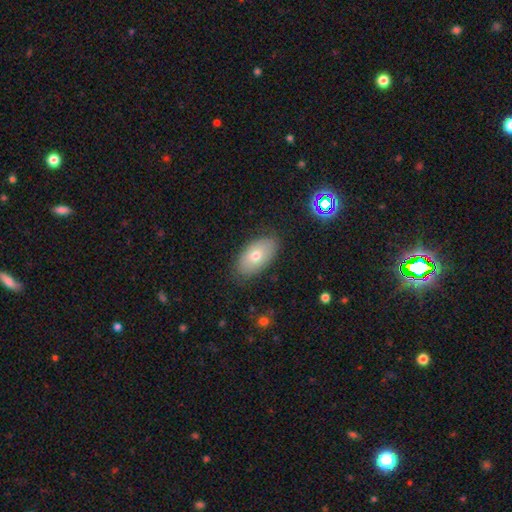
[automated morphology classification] A smooth galaxy with no disk features (67%) that is in between round and cigar-shaped (93%). Merging: none (83%).